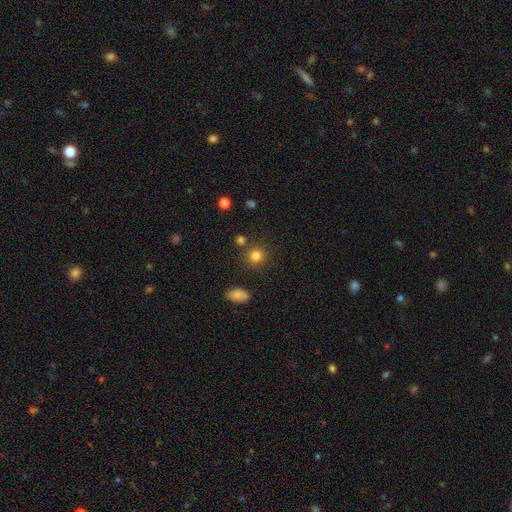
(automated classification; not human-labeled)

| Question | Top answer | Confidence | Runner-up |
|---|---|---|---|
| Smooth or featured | smooth | 82% | star or artifact (13%) |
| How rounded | round | 88% | in between (11%) |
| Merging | none | 82% | minor disturbance (8%) |